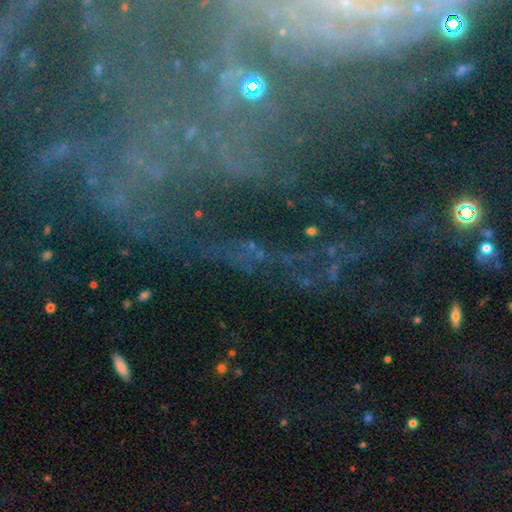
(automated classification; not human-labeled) smooth-or-featured: star or artifact: 64% | featured or disk: 22% | smooth: 14%